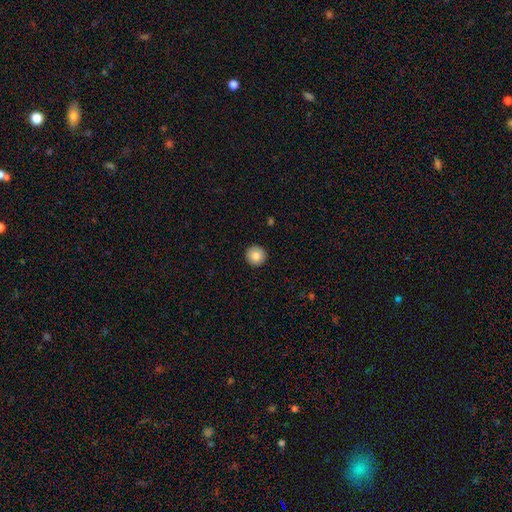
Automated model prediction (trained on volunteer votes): smooth_or_featured: smooth (p=0.83) [alt: featured or disk p=0.09]
how_rounded: round (p=0.96) [alt: in between p=0.03]
merging: none (p=0.93) [alt: minor disturbance p=0.04]